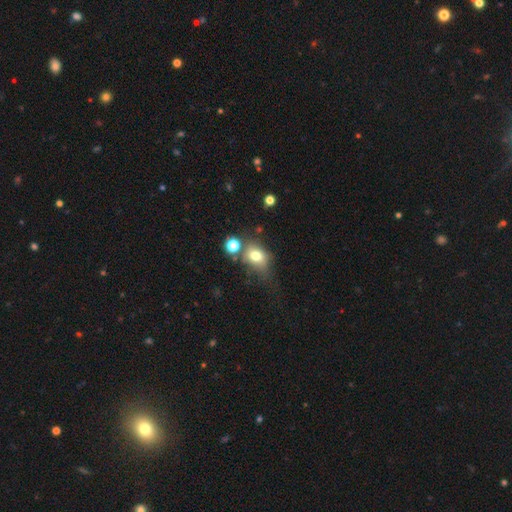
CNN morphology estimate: smooth_or_featured: smooth (p=0.73) [alt: featured or disk p=0.14]
how_rounded: in between (p=0.59) [alt: round p=0.39]
merging: none (p=0.48) [alt: minor disturbance p=0.23]